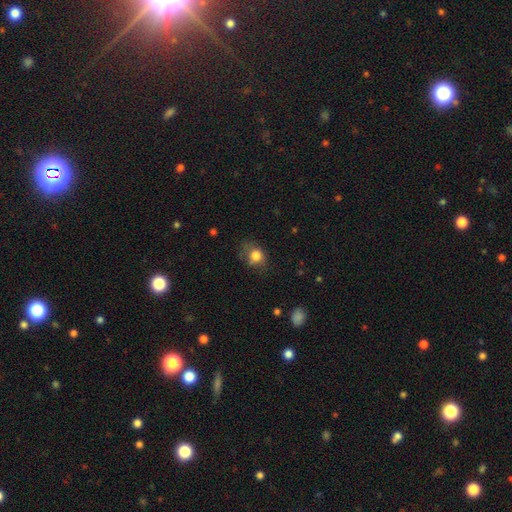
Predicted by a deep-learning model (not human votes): Smooth or featured? smooth (79%)
How rounded? round (60%)
Merging? none (53%)